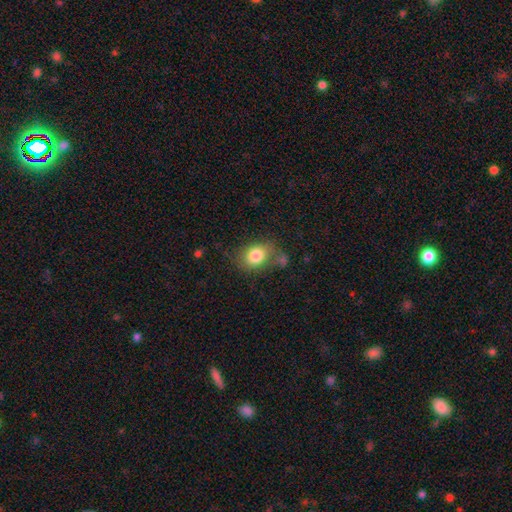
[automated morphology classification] Smooth or featured? Predicted: smooth (p=0.81). How rounded? Predicted: in between (p=0.55). Merging? Predicted: none (p=0.58).